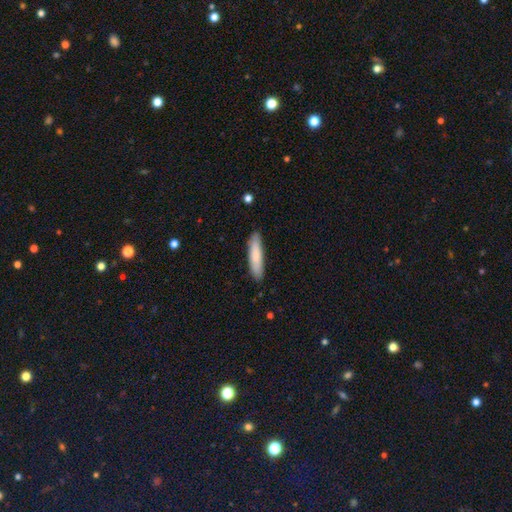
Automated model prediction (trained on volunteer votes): smooth 82%, featured or disk 12%, star or artifact 5%. Down the decision tree: how rounded — cigar-shaped (81%); merging — none (87%).